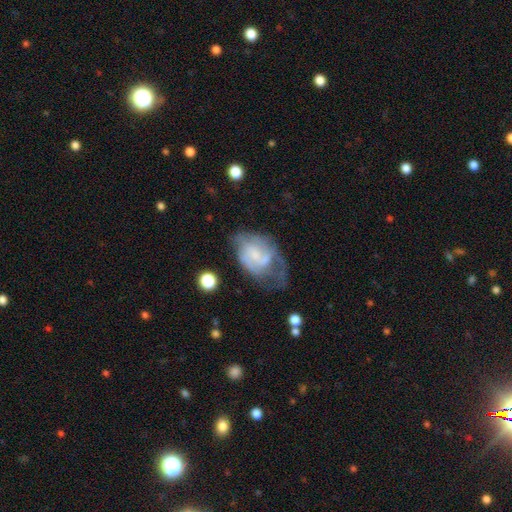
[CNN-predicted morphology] featured or disk 63%, smooth 29%, star or artifact 9%. Down the decision tree: edge-on disk — no (97%); bar — no (59%); spiral arms — yes (69%); bulge size — small (39%); merging — major disturbance (36%).